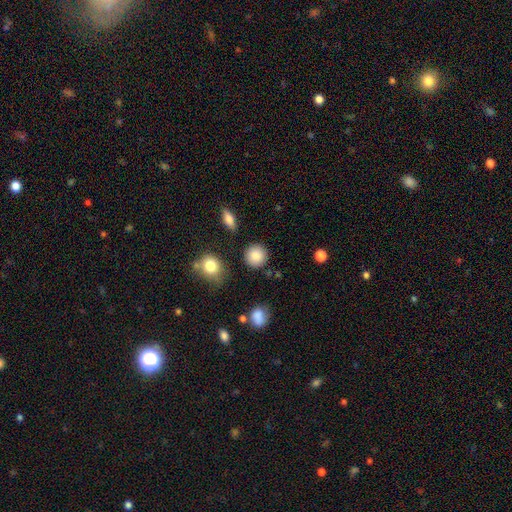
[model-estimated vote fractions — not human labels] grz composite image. It shows a smooth galaxy with no disk features (85%) that is round (91%). Merging: none (88%).